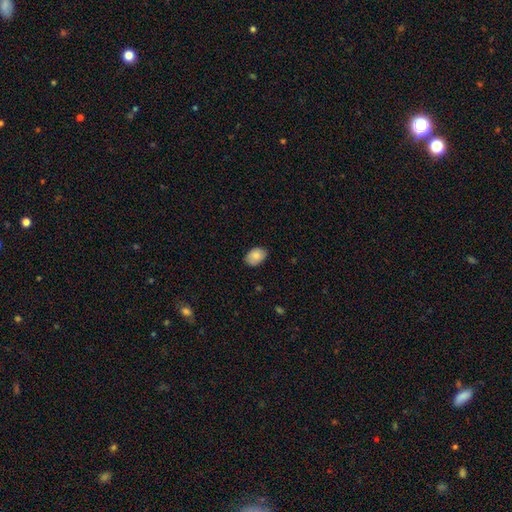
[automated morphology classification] This appears to be a smooth galaxy with no disk features (84%) that is in between round and cigar-shaped (83%). Merging: none (82%).